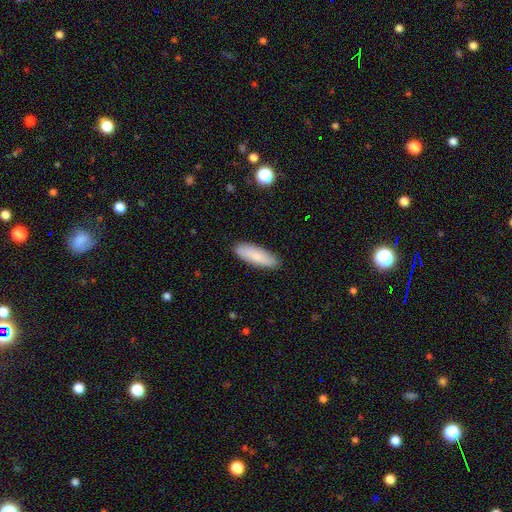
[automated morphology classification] A smooth galaxy with no disk features (80%) that is in between round and cigar-shaped (50%). Merging: none (89%).